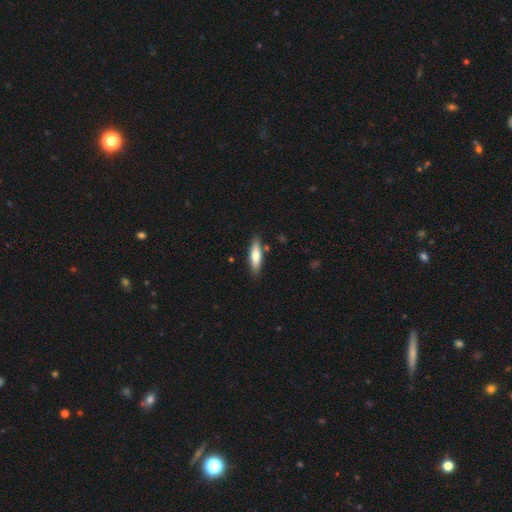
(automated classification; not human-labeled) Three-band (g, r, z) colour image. It shows a smooth galaxy with no disk features (68%) that is cigar-shaped (61%). Merging: none (85%).